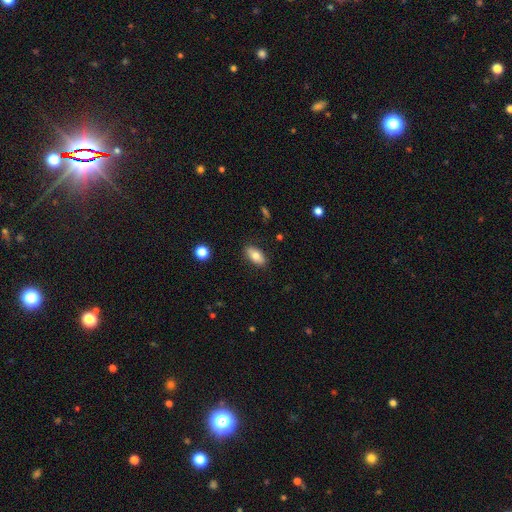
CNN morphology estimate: smooth 77%, featured or disk 15%, star or artifact 7%. Down the decision tree: how rounded — in between (90%); merging — none (86%).